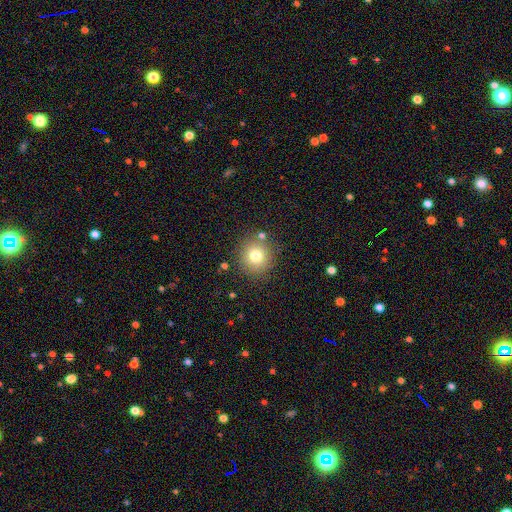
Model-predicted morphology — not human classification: smooth-or-featured: smooth: 77% | star or artifact: 13% | featured or disk: 10%
  how-rounded: round: 92% | in between: 7% | cigar-shaped: 1%
  merging: none: 82% | minor disturbance: 9% | merger: 5% | major disturbance: 3%